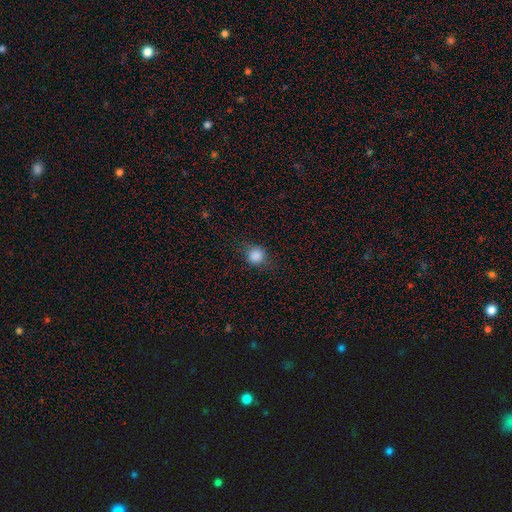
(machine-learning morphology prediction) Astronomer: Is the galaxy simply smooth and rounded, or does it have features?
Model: smooth — 85%.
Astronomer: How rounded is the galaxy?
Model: round — 87%.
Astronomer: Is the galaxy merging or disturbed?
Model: none — 79%.